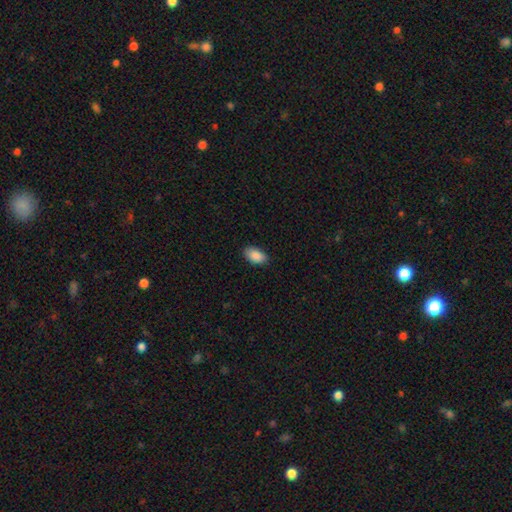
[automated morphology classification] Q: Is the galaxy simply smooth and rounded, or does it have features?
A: smooth — 89%.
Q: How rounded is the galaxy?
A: in between — 93%.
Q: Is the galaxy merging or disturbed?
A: none — 85%.